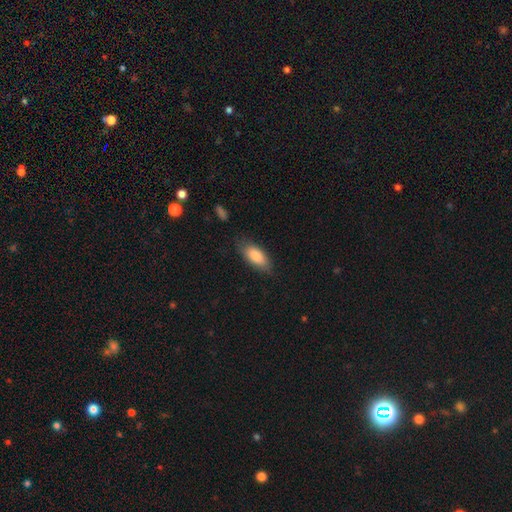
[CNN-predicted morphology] Overall: smooth (84%). How rounded: in between (85%). Merging: none (77%).